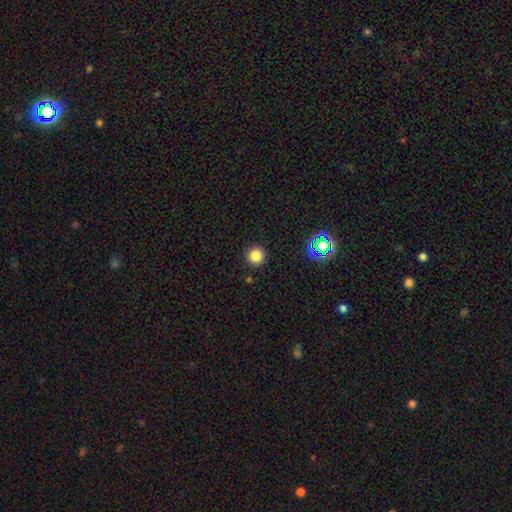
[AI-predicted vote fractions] smooth 81%, star or artifact 14%, featured or disk 4%. Down the decision tree: how rounded — round (95%); merging — none (91%).